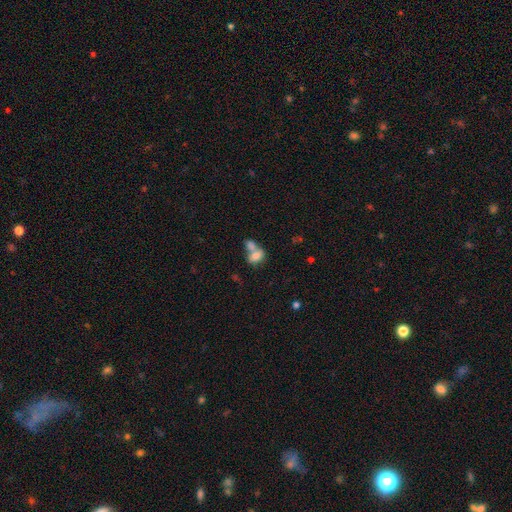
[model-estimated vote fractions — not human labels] Morphology: type=smooth (74%); roundness=in between (78%); merging=merger (60%).